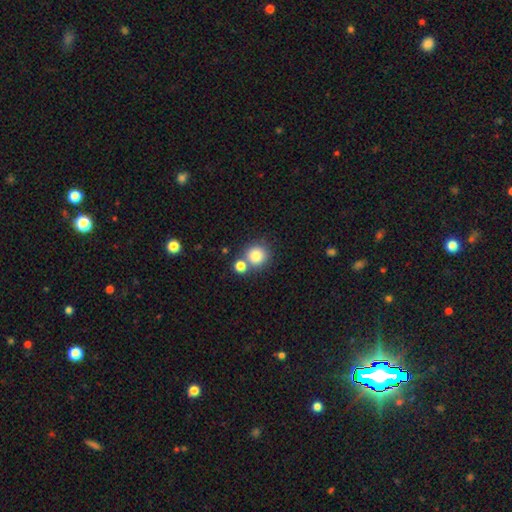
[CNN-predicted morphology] Smooth or featured: smooth — 81% (star or artifact — 11%)
How rounded: round — 89% (in between — 10%)
Merging: none — 63% (merger — 25%)